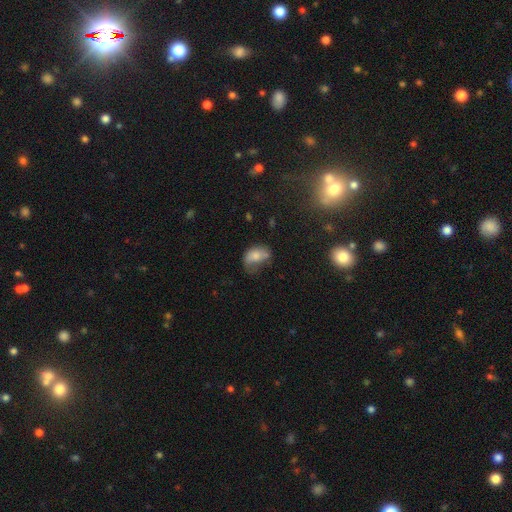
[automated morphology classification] type=smooth (70%); roundness=in between (86%); merging=minor disturbance (34%).